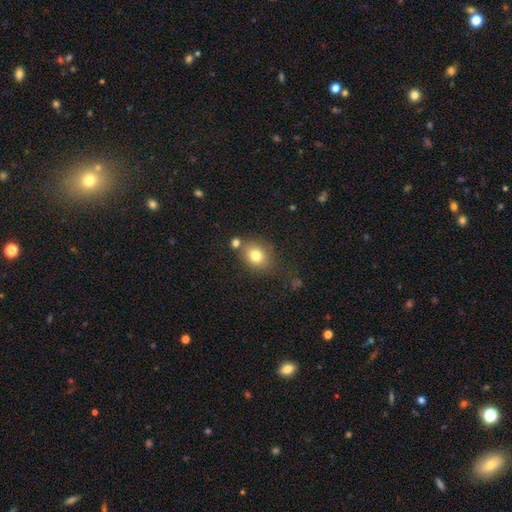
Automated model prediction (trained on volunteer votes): This appears to be a smooth galaxy with no disk features (79%) that is round (57%). Merging: none (69%).